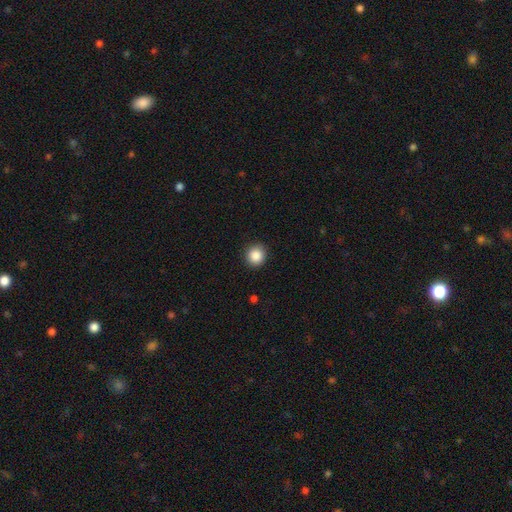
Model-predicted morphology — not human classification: smooth 87%, star or artifact 9%, featured or disk 4%. Down the decision tree: how rounded — round (92%); merging — none (91%).